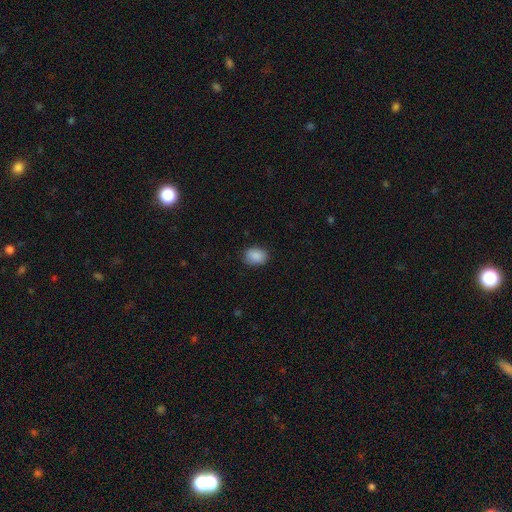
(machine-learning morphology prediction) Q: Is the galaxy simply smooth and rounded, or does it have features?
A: smooth — 89%.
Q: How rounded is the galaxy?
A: in between — 71%.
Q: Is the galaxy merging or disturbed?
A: none — 84%.